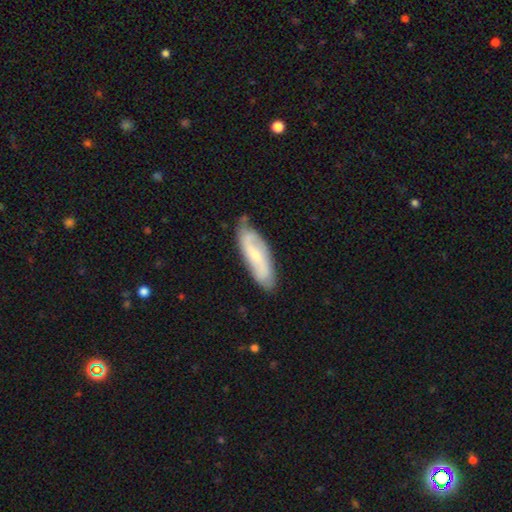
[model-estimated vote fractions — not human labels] Q: Smooth or featured?
A: featured or disk (62%); runner-up: smooth (32%)
Q: Edge-on disk?
A: no (86%); runner-up: yes (14%)
Q: Bar?
A: weak (41%); runner-up: no (39%)
Q: Spiral arms?
A: yes (88%); runner-up: no (12%)
Q: Bulge size?
A: small (66%); runner-up: moderate (27%)
Q: Merging?
A: none (74%); runner-up: minor disturbance (20%)